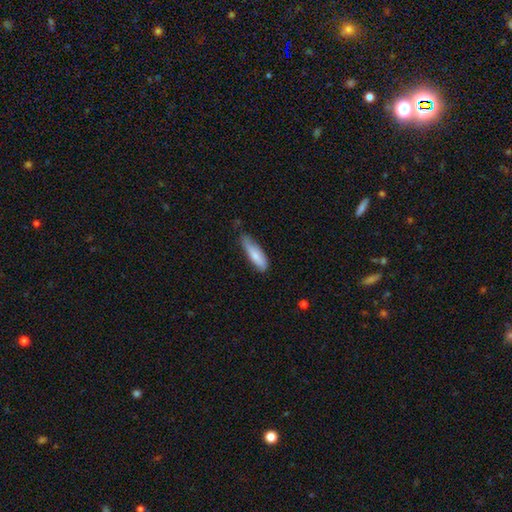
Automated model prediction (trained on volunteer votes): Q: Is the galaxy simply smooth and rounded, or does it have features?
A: smooth — 76%.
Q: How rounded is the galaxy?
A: cigar-shaped — 55%.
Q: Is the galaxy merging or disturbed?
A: none — 49%.